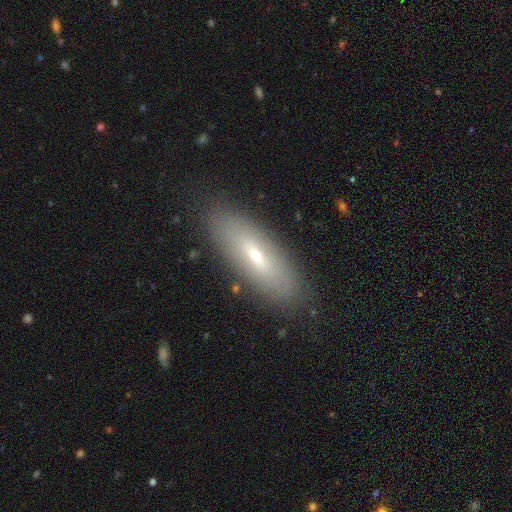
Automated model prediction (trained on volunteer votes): This is possibly a smooth galaxy (54%). How rounded: possibly in between (53%). Merging: clearly none (87%).